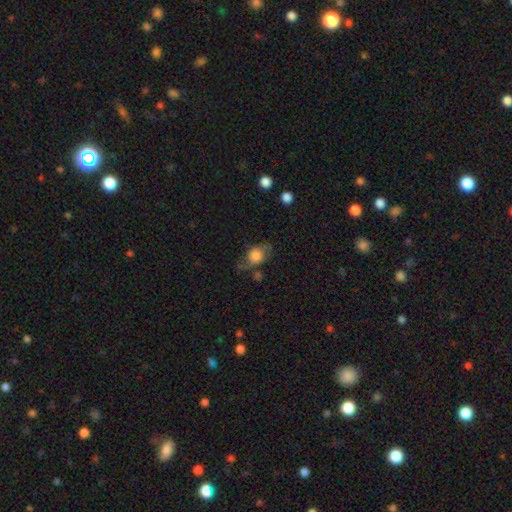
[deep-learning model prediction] Smooth or featured? Predicted: smooth (p=0.66). How rounded? Predicted: in between (p=0.59). Merging? Predicted: none (p=0.55).